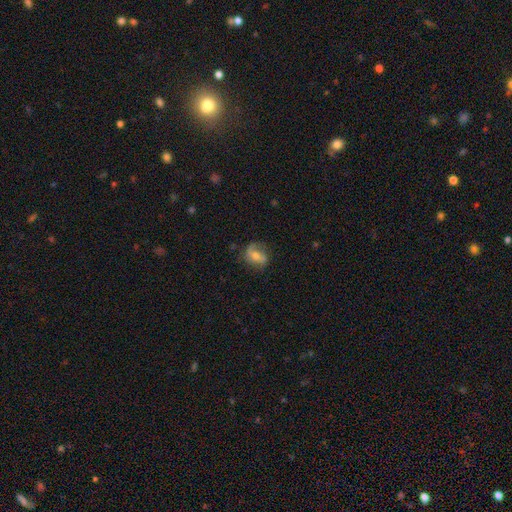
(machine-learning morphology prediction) This appears to be a featured or disk galaxy (49%). Merging: none (62%).